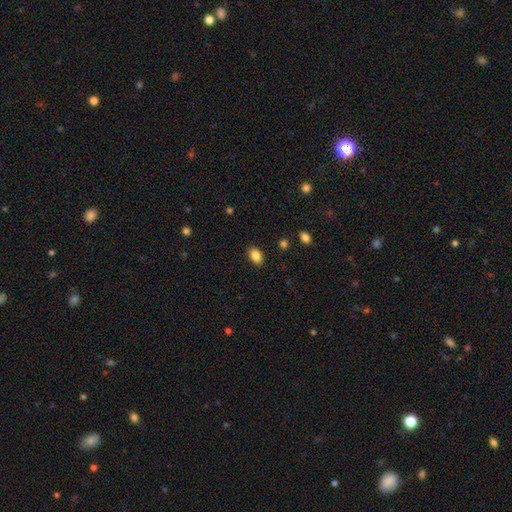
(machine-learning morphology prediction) Overall: smooth (85%). How rounded: in between (86%). Merging: none (87%).